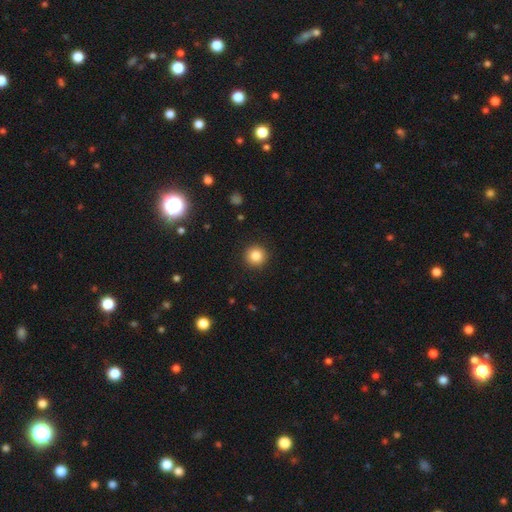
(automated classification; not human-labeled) A smooth galaxy with no disk features (85%) that is round (95%). Merging: none (92%).